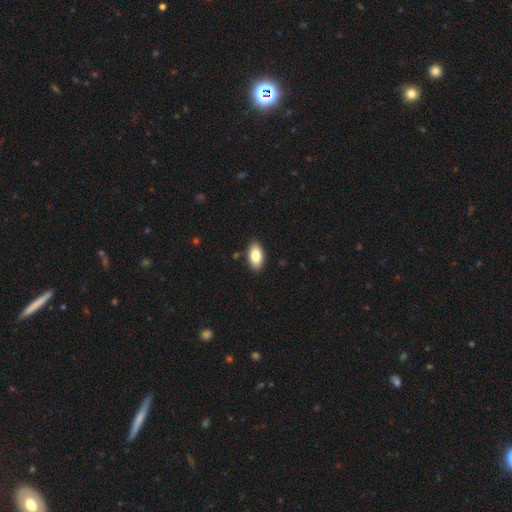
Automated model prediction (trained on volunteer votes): A smooth galaxy with no disk features (82%) that is in between round and cigar-shaped (94%).

Vote fractions:
- Smooth or featured? smooth: 82% / featured or disk: 11% / star or artifact: 7%
- How rounded? in between: 94% / round: 4% / cigar-shaped: 3%
- Merging? none: 89% / minor disturbance: 8% / major disturbance: 2% / merger: 1%